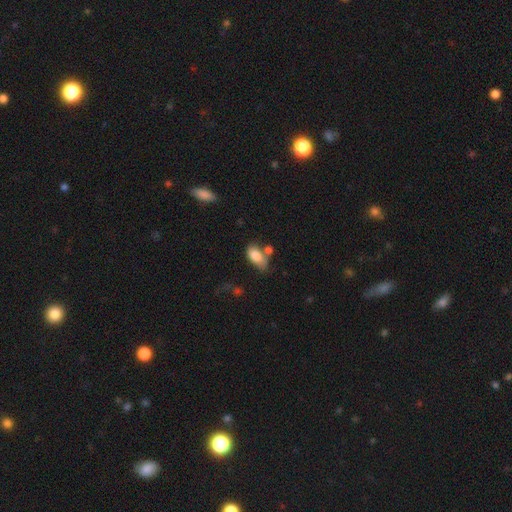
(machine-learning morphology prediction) Smooth or featured? smooth (83%)
How rounded? in between (92%)
Merging? none (43%)